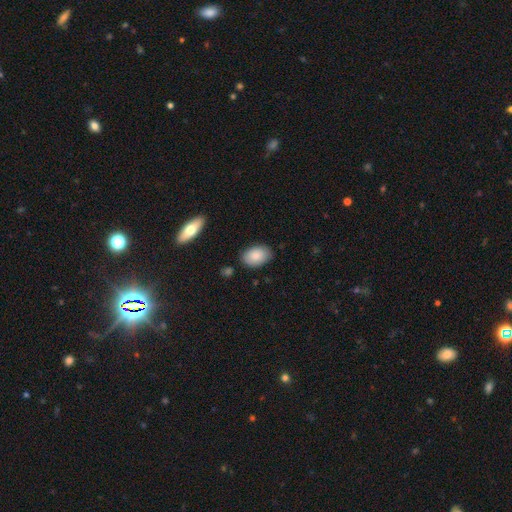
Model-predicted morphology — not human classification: Overall: smooth (86%). How rounded: in between (90%). Merging: none (82%).